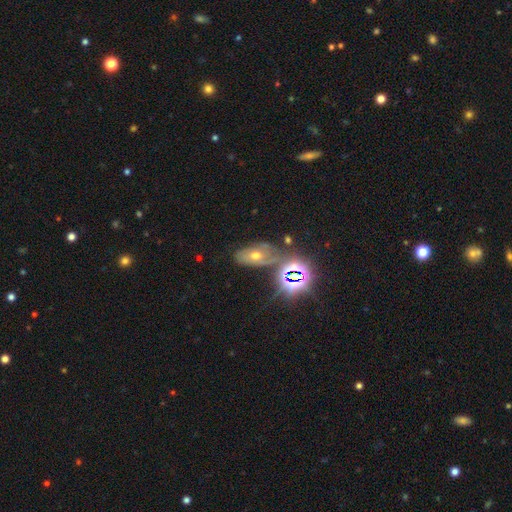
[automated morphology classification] star or artifact 39%, smooth 32%, featured or disk 29%.